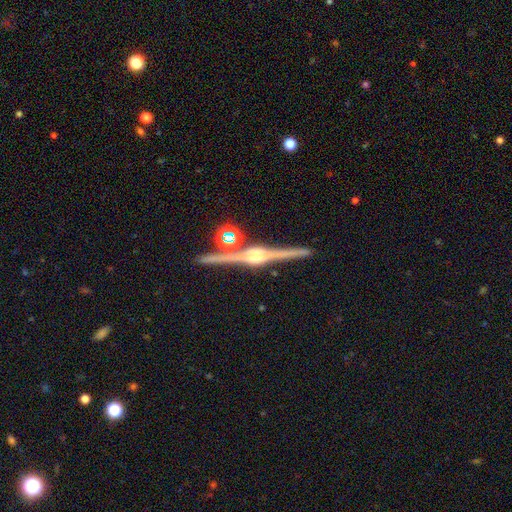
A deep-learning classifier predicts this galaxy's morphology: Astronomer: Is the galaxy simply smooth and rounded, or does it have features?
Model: featured or disk — 88%.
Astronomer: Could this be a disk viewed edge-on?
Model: yes — 98%.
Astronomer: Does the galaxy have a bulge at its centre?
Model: rounded — 85%.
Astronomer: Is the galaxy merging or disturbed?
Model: none — 88%.